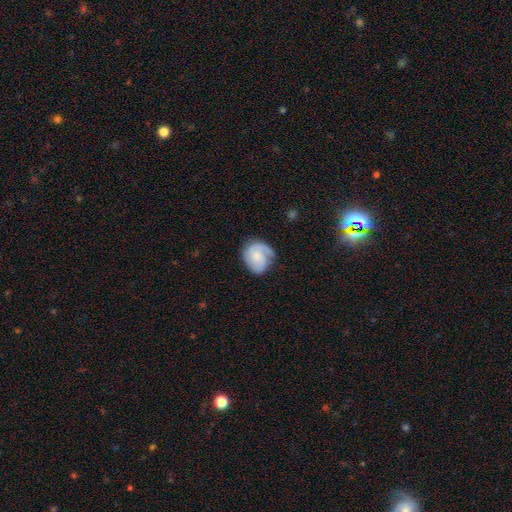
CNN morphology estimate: Smooth or featured? featured or disk (64%)
Edge-on disk? no (98%)
Bar? no (67%)
Spiral arms? yes (94%)
Spiral winding? tight (46%)
Spiral arm count? 2 (46%)
Bulge size? small (36%)
Merging? none (64%)